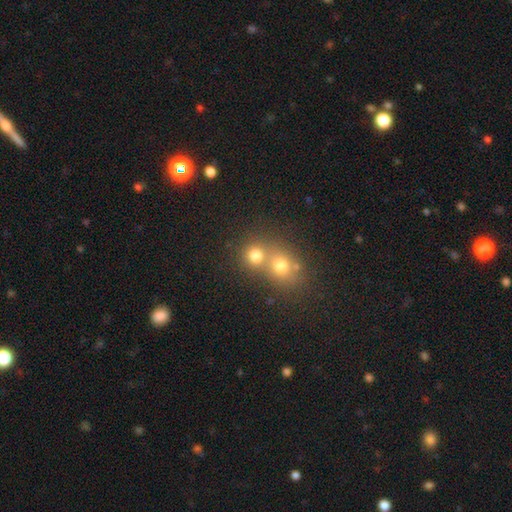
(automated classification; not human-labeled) smooth 75%, star or artifact 15%, featured or disk 10%. Down the decision tree: how rounded — round (81%); merging — merger (48%).